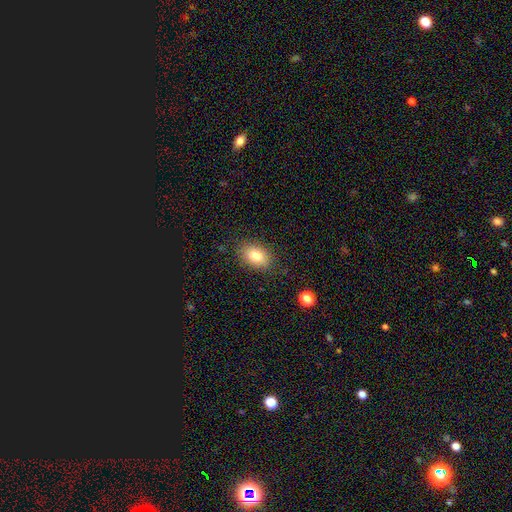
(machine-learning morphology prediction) Smooth or featured? Predicted: smooth (p=0.79). How rounded? Predicted: in between (p=0.84). Merging? Predicted: none (p=0.85).